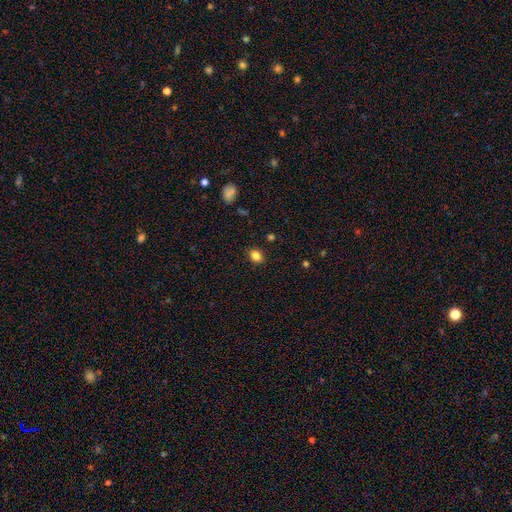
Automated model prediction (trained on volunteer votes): Smooth or featured: smooth — 84% (star or artifact — 12%)
How rounded: in between — 58% (round — 41%)
Merging: none — 87% (minor disturbance — 9%)